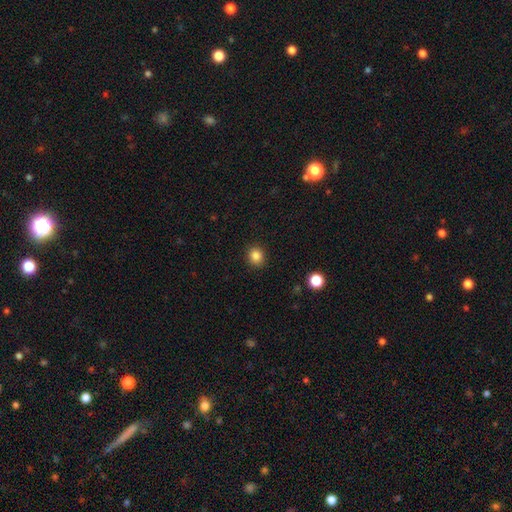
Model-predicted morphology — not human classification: Smooth or featured: smooth — 85% (star or artifact — 11%)
How rounded: round — 79% (in between — 20%)
Merging: none — 90% (minor disturbance — 7%)